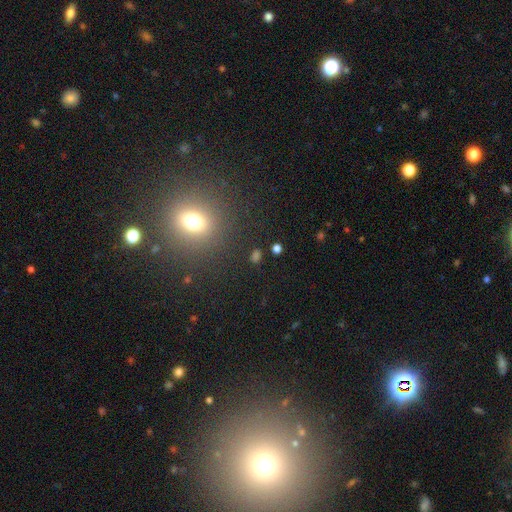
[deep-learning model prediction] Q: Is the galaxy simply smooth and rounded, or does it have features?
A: smooth — 53%.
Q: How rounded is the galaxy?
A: round — 71%.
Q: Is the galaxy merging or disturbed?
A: none — 86%.